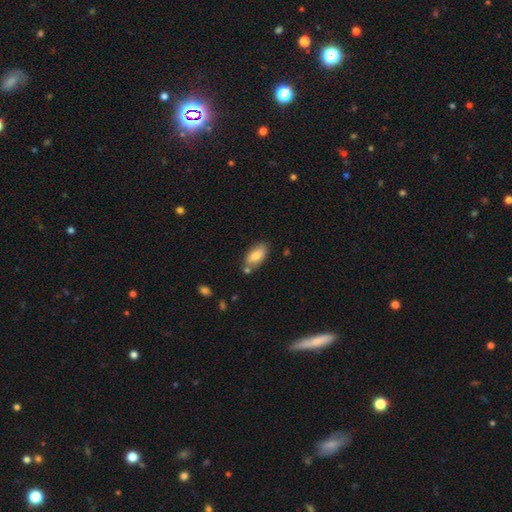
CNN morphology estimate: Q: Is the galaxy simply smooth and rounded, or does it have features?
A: smooth — 77%.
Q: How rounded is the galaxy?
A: in between — 88%.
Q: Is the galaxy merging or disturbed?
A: none — 70%.